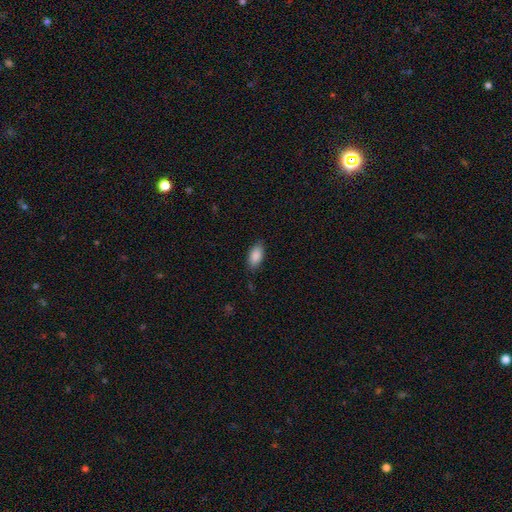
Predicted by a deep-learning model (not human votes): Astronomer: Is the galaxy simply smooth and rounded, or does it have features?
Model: smooth — 88%.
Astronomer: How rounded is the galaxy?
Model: in between — 91%.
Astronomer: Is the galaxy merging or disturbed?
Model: none — 83%.